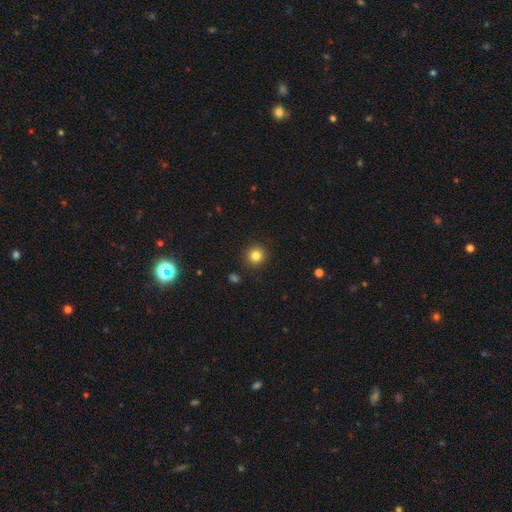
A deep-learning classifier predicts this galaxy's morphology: Smooth or featured? Predicted: smooth (p=0.83). How rounded? Predicted: round (p=0.94). Merging? Predicted: none (p=0.91).